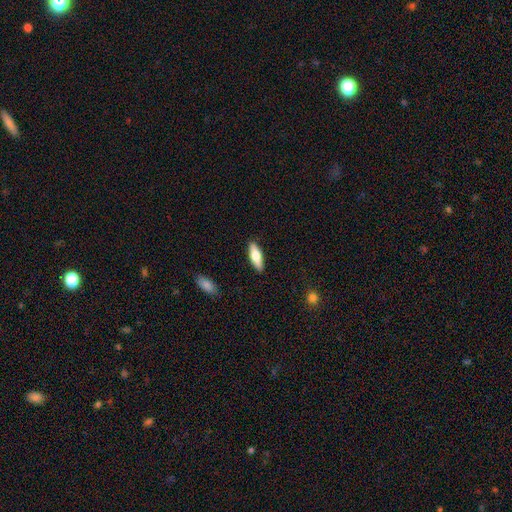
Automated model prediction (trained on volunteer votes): Smooth or featured?
  - smooth: 66% *
  - featured or disk: 29%
  - star or artifact: 6%
How rounded?
  - in between: 57% *
  - cigar-shaped: 40%
  - round: 2%
Merging?
  - none: 89% *
  - minor disturbance: 8%
  - major disturbance: 2%
  - merger: 1%